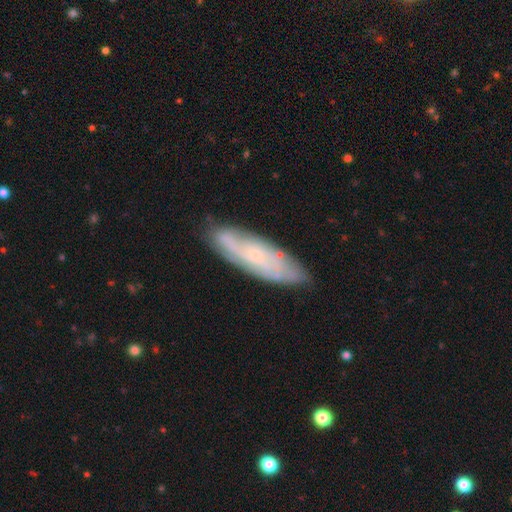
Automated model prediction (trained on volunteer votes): Overall: featured or disk (55%; smooth 37%). Edge-on disk: no (74%). Merging: none (78%).